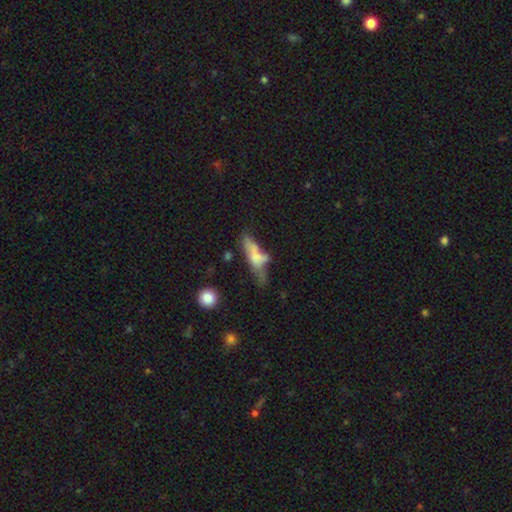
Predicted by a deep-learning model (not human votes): Overall: smooth (53%; featured or disk 37%). How rounded: cigar-shaped (50%; in between 47%). Merging: none (28%; major disturbance 26%).